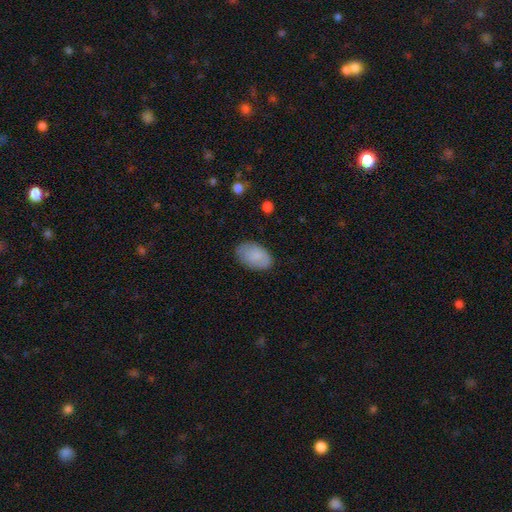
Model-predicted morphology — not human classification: A smooth galaxy with no disk features (83%) that is in between round and cigar-shaped (93%).

Vote fractions:
- Smooth or featured? smooth: 83% / featured or disk: 11% / star or artifact: 6%
- How rounded? in between: 93% / round: 5% / cigar-shaped: 1%
- Merging? none: 83% / minor disturbance: 13% / major disturbance: 3% / merger: 1%